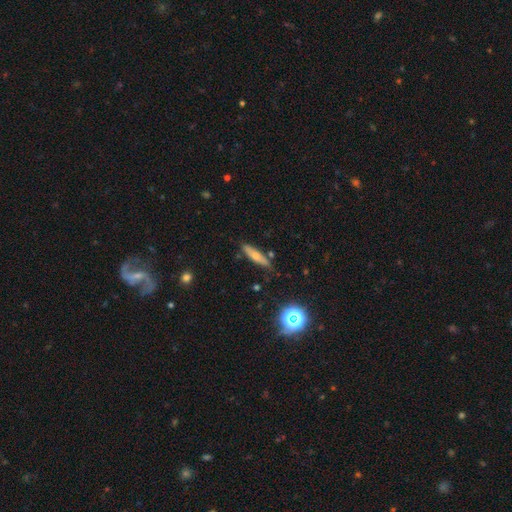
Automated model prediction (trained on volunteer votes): Smooth or featured? Predicted: smooth (p=0.56). How rounded? Predicted: cigar-shaped (p=0.75). Merging? Predicted: none (p=0.79).